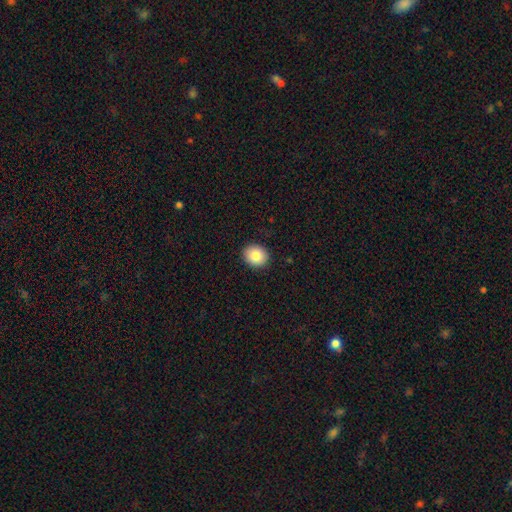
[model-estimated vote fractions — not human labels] smooth-or-featured: smooth: 84% | star or artifact: 9% | featured or disk: 7%
  how-rounded: round: 70% | in between: 29% | cigar-shaped: 1%
  merging: none: 92% | minor disturbance: 6% | major disturbance: 2% | merger: 1%